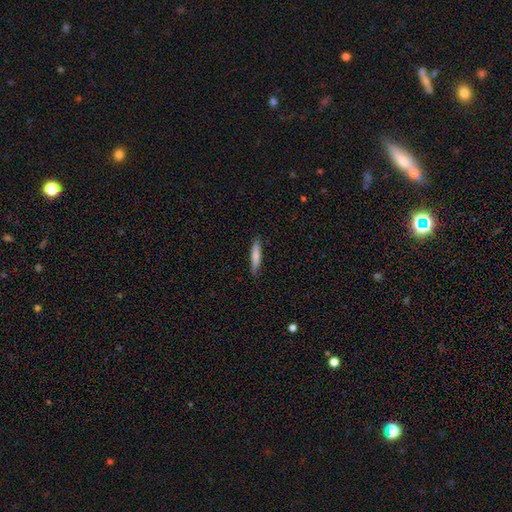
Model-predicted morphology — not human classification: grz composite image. It shows a smooth galaxy with no disk features (76%) that is cigar-shaped (89%). Merging: none (87%).